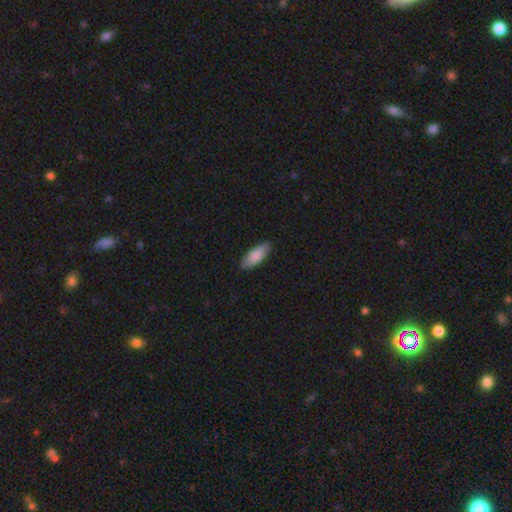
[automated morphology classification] This appears to be a smooth galaxy with no disk features (85%) that is in between round and cigar-shaped (74%). Merging: none (87%).